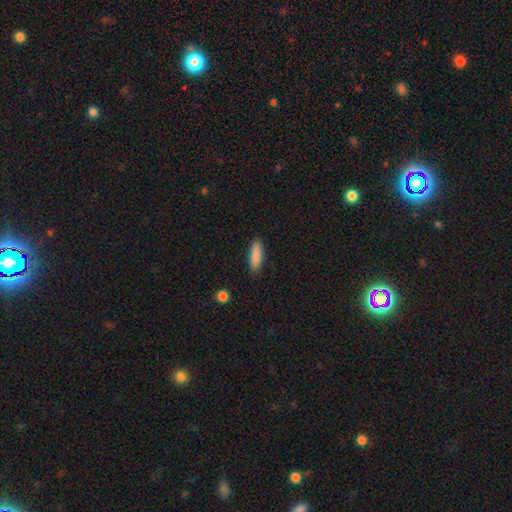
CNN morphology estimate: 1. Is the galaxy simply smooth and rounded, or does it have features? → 86% smooth, 8% featured or disk, 6% star or artifact.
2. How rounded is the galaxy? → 60% cigar-shaped, 38% in between, 2% round.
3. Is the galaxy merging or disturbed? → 87% none, 10% minor disturbance, 2% major disturbance, 1% merger.